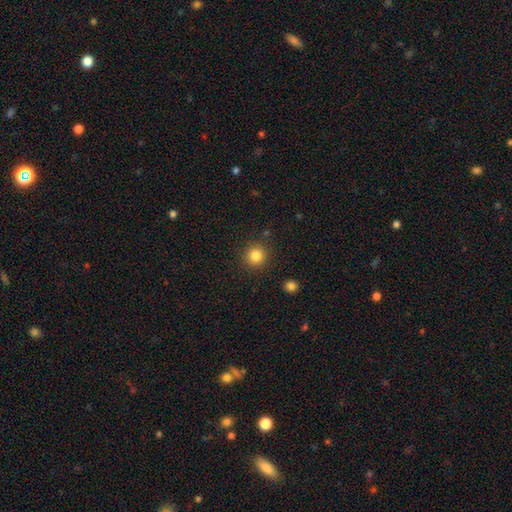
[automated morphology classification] Smooth or featured? smooth (84%)
How rounded? round (93%)
Merging? none (89%)